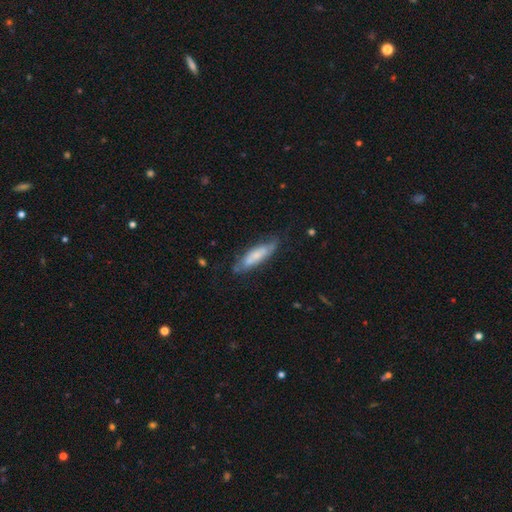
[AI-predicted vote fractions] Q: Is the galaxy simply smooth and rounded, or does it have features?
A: smooth — 56%.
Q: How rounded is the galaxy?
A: cigar-shaped — 60%.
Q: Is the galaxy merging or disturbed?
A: none — 67%.